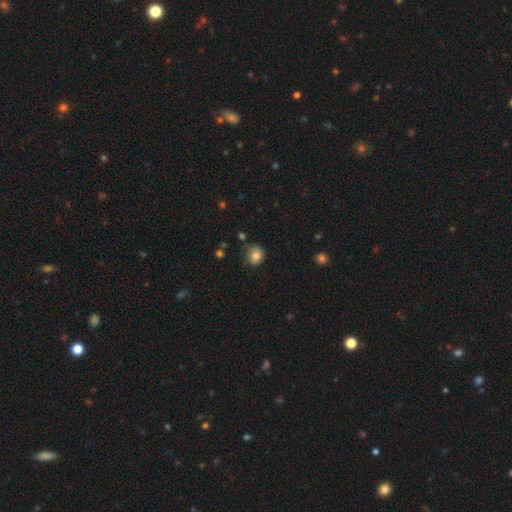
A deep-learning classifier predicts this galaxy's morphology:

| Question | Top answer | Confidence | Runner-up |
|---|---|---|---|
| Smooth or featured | smooth | 79% | featured or disk (11%) |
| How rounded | round | 78% | in between (21%) |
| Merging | none | 71% | minor disturbance (22%) |